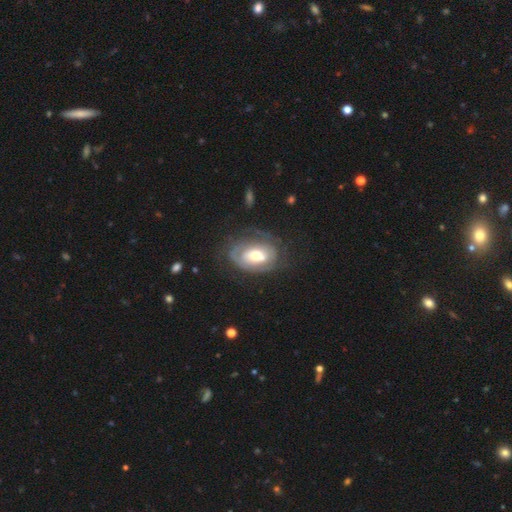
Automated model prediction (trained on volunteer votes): Morphology: type=featured or disk (71%); edge-on=no (95%); bar=no (56%); spiral arms=yes (74%); bulge=moderate (64%); merging=none (56%).